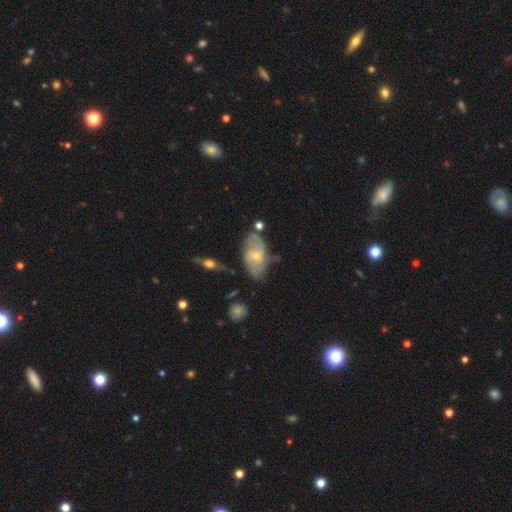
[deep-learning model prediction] Q: Smooth or featured?
A: featured or disk (71%); runner-up: smooth (23%)
Q: Edge-on disk?
A: no (93%); runner-up: yes (7%)
Q: Bar?
A: no (62%); runner-up: weak (32%)
Q: Spiral arms?
A: yes (83%); runner-up: no (17%)
Q: Spiral winding?
A: medium (41%); runner-up: tight (30%)
Q: Spiral arm count?
A: 2 (53%); runner-up: can't tell (28%)
Q: Bulge size?
A: small (59%); runner-up: moderate (37%)
Q: Merging?
A: none (51%); runner-up: minor disturbance (28%)